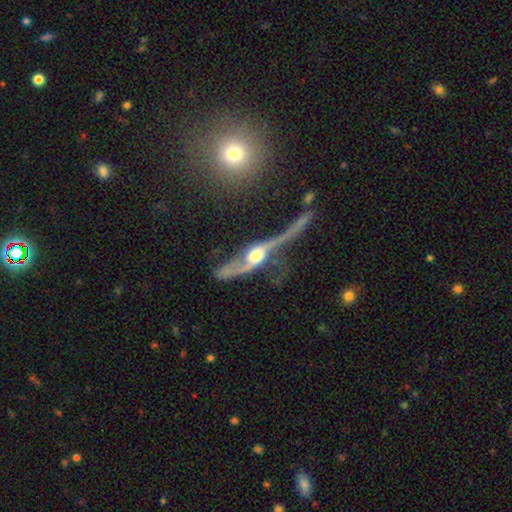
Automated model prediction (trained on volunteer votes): Overall: featured or disk (80%). Edge-on disk: no (65%; yes 35%). Bar: no (64%; weak 24%). Spiral arms: yes (81%). Bulge size: moderate (60%; large 25%). Merging: major disturbance (35%; none 31%).